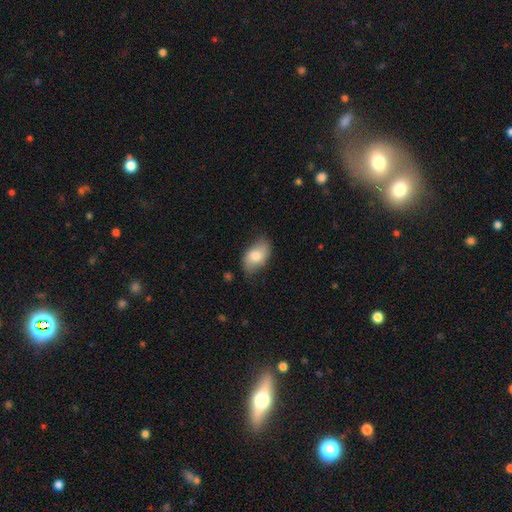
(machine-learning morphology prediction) Q: Smooth or featured?
A: smooth (77%); runner-up: featured or disk (16%)
Q: How rounded?
A: in between (91%); runner-up: round (7%)
Q: Merging?
A: none (72%); runner-up: minor disturbance (22%)